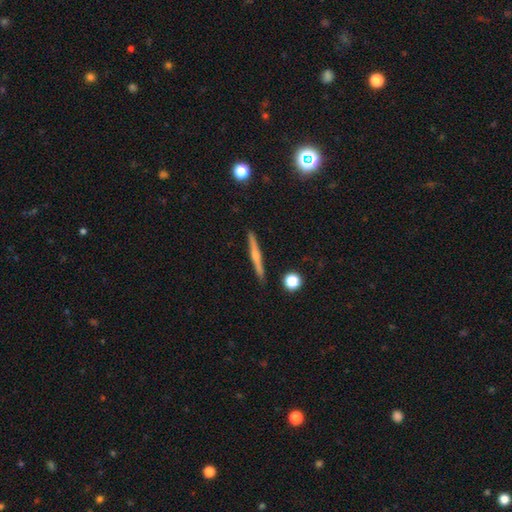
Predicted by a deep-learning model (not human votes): This is likely a featured or disk galaxy (65%). It is clearly viewed edge-on (98%). Edge-on bulge: likely rounded (79%). Merging: clearly none (91%).